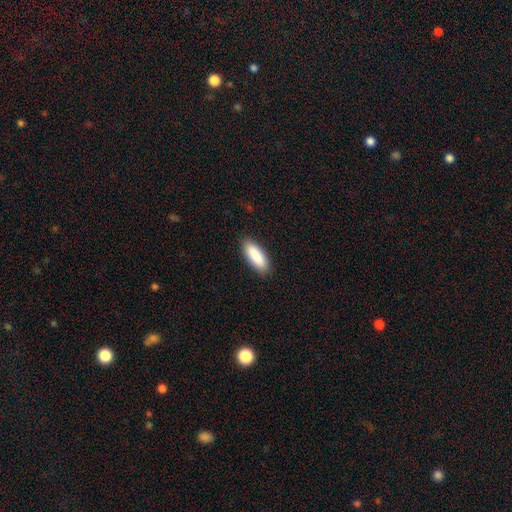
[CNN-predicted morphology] Q: Smooth or featured?
A: smooth (89%); runner-up: featured or disk (6%)
Q: How rounded?
A: in between (63%); runner-up: cigar-shaped (36%)
Q: Merging?
A: none (89%); runner-up: minor disturbance (8%)